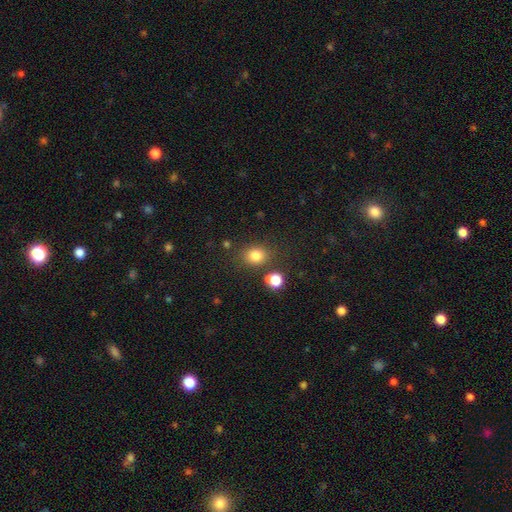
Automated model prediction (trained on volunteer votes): The model was most divided on "how rounded": round: 61%, in between: 38%, cigar-shaped: 1%. More confident: smooth or featured — smooth (80%); merging — none (77%).